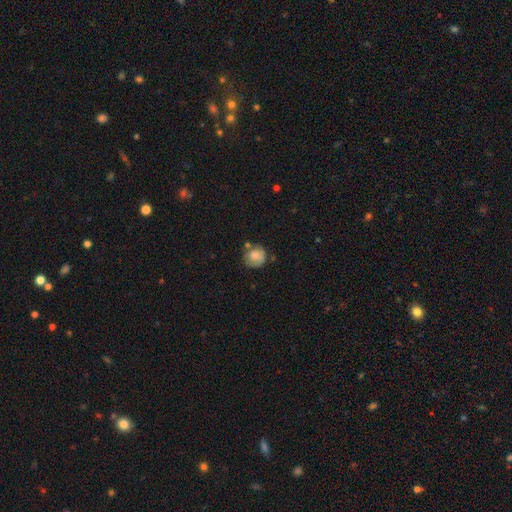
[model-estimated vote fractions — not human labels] smooth 70%, featured or disk 22%, star or artifact 8%. Down the decision tree: how rounded — round (82%); merging — none (56%).